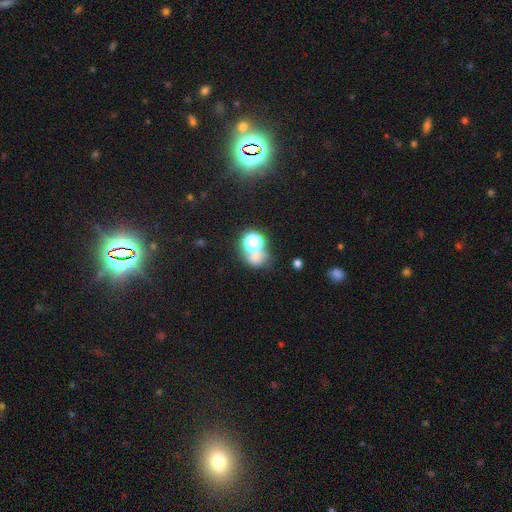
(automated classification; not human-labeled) smooth_or_featured: smooth (p=0.57) [alt: star or artifact p=0.31]
how_rounded: round (p=0.68) [alt: in between p=0.31]
merging: none (p=0.46) [alt: merger p=0.32]